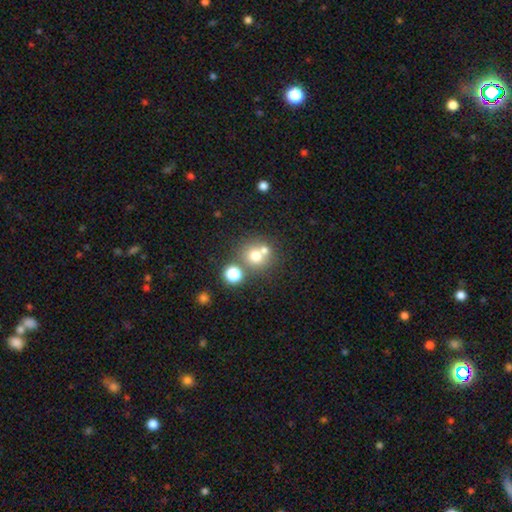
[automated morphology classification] smooth_or_featured: smooth (p=0.68) [alt: star or artifact p=0.16]
how_rounded: round (p=0.87) [alt: in between p=0.12]
merging: none (p=0.54) [alt: merger p=0.35]